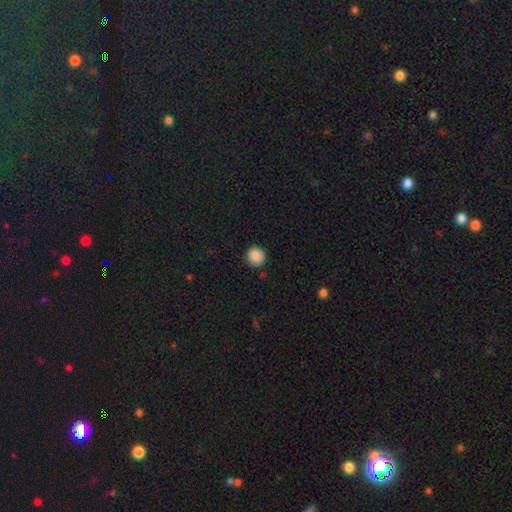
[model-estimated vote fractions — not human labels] Smooth or featured? smooth (88%)
How rounded? round (91%)
Merging? none (88%)